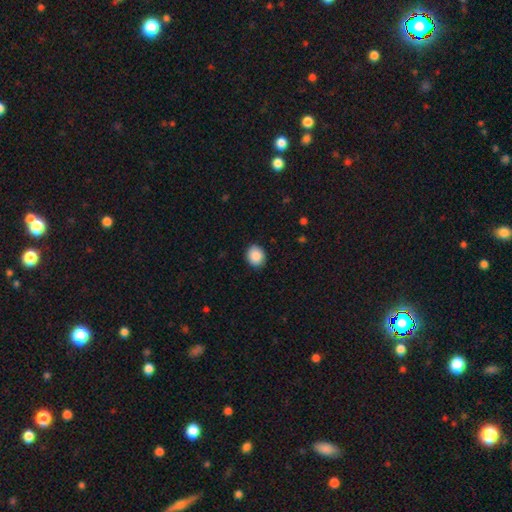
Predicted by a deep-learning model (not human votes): Smooth or featured? smooth (89%)
How rounded? round (68%)
Merging? none (88%)